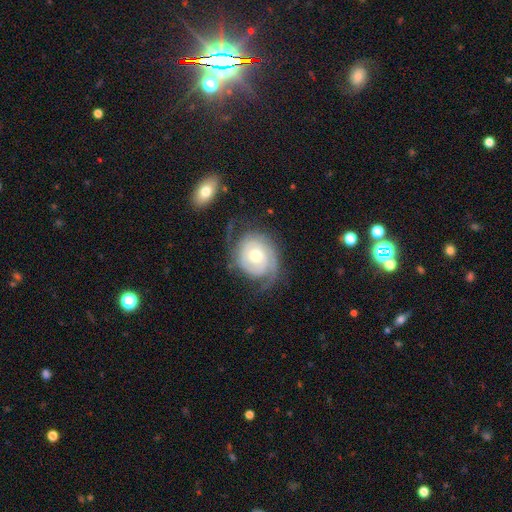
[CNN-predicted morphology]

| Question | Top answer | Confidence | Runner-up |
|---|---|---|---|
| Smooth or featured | featured or disk | 77% | smooth (17%) |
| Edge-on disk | no | 97% | yes (3%) |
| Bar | no | 71% | weak (24%) |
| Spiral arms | yes | 91% | no (9%) |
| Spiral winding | tight | 55% | medium (30%) |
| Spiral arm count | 2 | 45% | can't tell (23%) |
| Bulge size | moderate | 63% | small (29%) |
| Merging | none | 60% | minor disturbance (21%) |